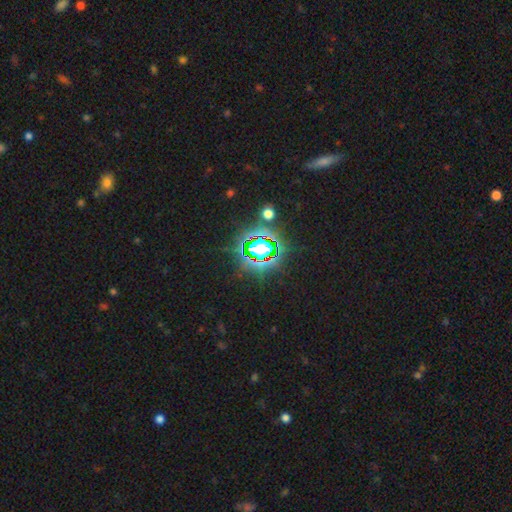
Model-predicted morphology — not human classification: Smooth or featured?
  - star or artifact: 79% *
  - smooth: 12%
  - featured or disk: 9%